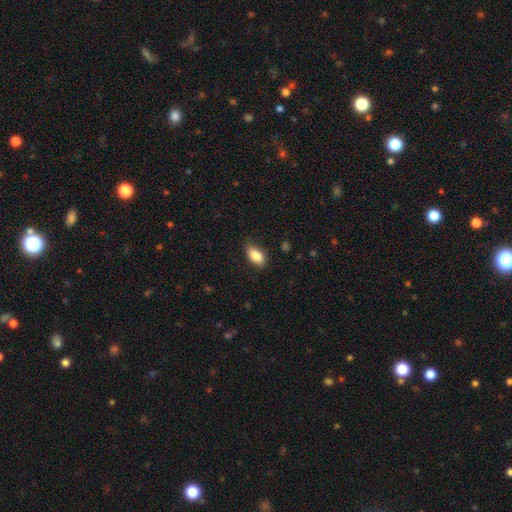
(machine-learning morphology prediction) The model was most divided on "merging": none: 79%, minor disturbance: 17%, major disturbance: 3%, merger: 1%. More confident: how rounded — in between (91%); smooth or featured — smooth (86%).